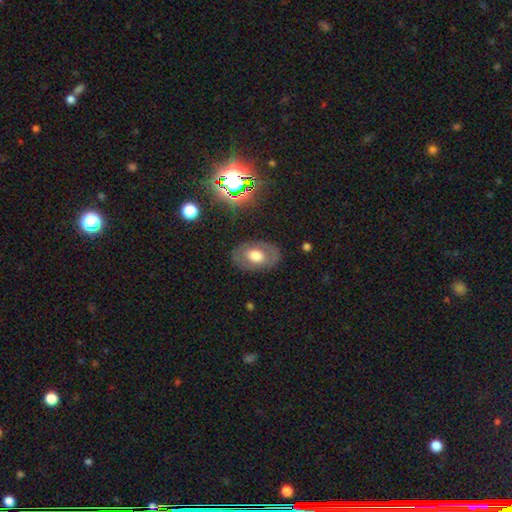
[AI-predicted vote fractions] This is possibly a smooth galaxy (53%). How rounded: clearly in between (82%). Merging: clearly none (82%).